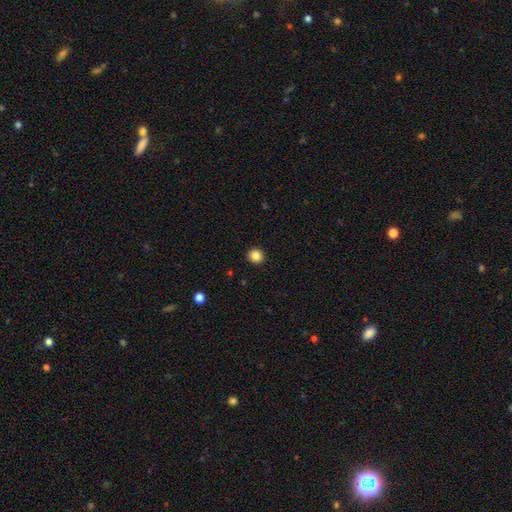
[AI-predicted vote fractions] Morphology: type=smooth (85%); roundness=round (89%); merging=none (93%).